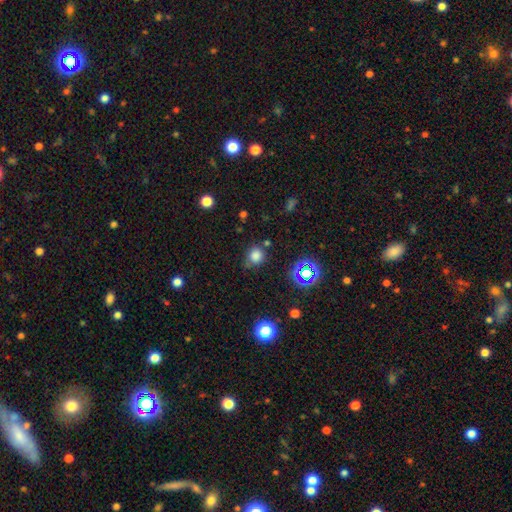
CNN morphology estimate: Smooth or featured: smooth — 76% (star or artifact — 19%)
How rounded: round — 82% (in between — 17%)
Merging: none — 71% (minor disturbance — 18%)